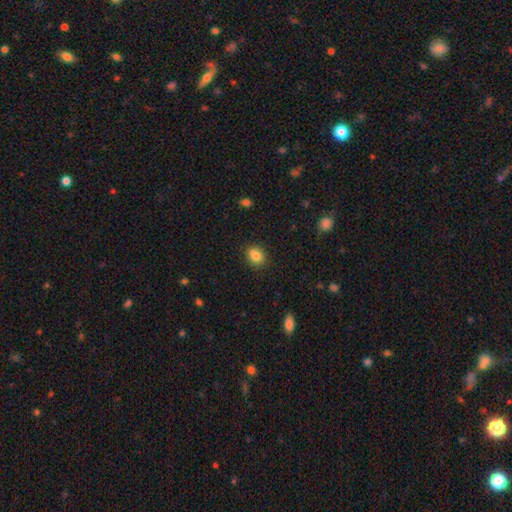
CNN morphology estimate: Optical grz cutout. It shows a smooth galaxy with no disk features (84%) that is round (62%). Merging: none (86%).